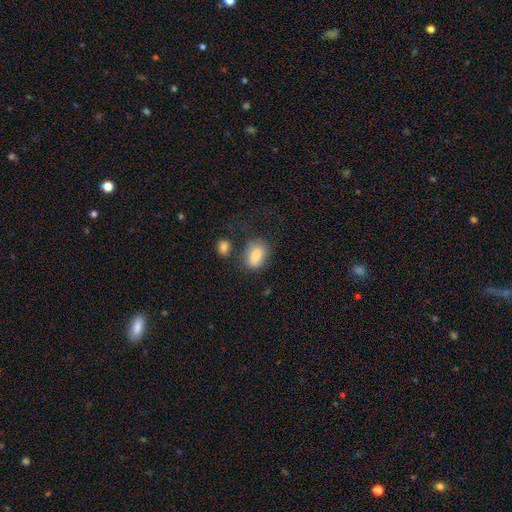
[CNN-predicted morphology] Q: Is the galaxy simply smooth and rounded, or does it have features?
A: smooth — 82%.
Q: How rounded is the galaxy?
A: in between — 76%.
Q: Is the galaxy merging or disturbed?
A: none — 59%.